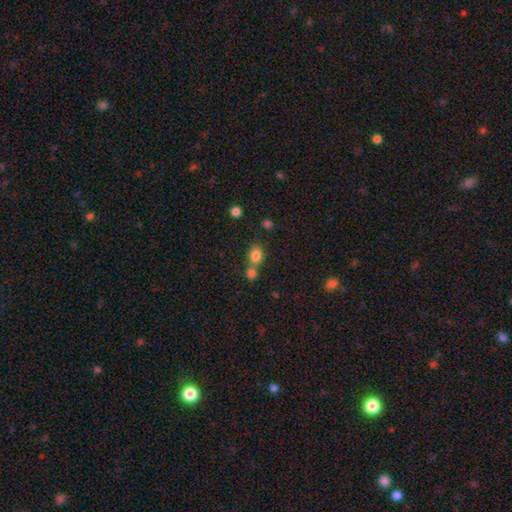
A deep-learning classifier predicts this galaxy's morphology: Smooth or featured? Predicted: smooth (p=0.81). How rounded? Predicted: round (p=0.51). Merging? Predicted: none (p=0.45).